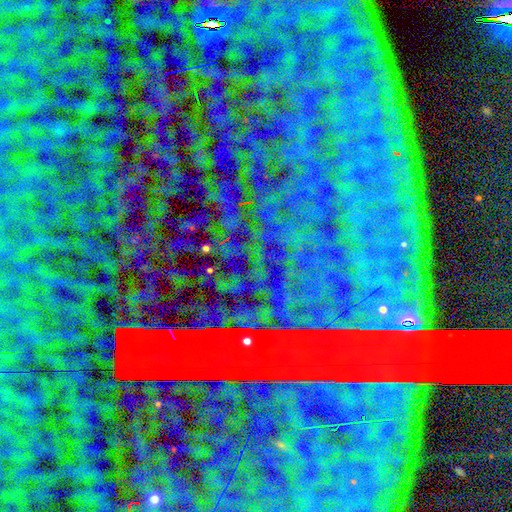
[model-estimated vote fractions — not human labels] Smooth or featured? Predicted: star or artifact (p=0.83).